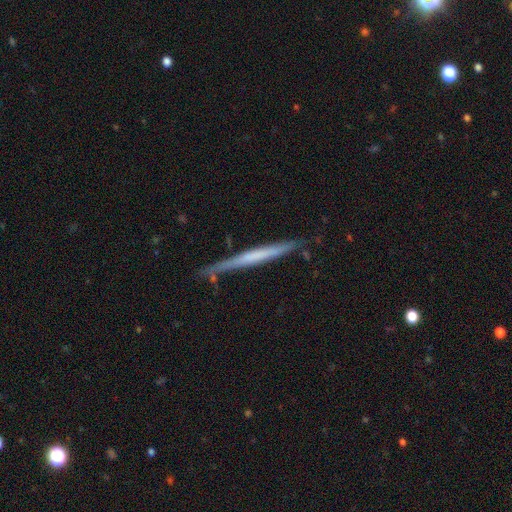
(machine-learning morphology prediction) smooth_or_featured: featured or disk (p=0.54) [alt: smooth p=0.40]
disk_edge_on: yes (p=0.96) [alt: no p=0.04]
edge_on_bulge: none (p=0.82) [alt: rounded p=0.10]
merging: none (p=0.79) [alt: minor disturbance p=0.16]